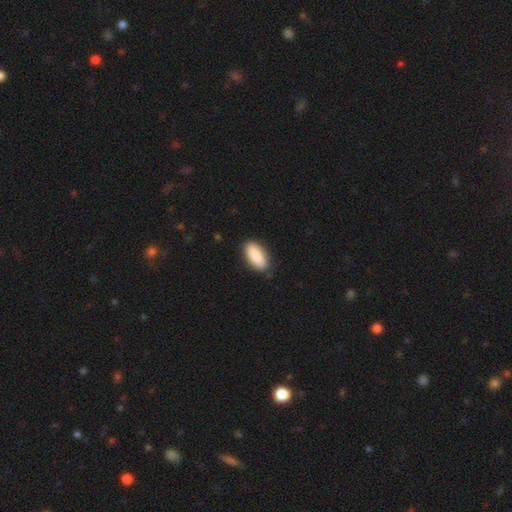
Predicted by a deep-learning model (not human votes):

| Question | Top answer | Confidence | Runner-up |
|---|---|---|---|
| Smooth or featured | smooth | 89% | star or artifact (6%) |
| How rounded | in between | 84% | cigar-shaped (14%) |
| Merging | none | 87% | minor disturbance (10%) |